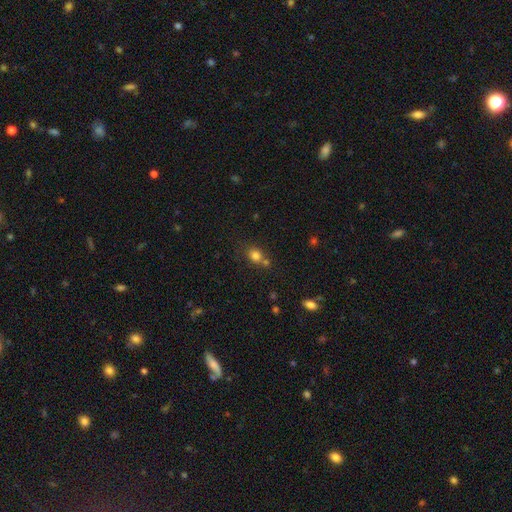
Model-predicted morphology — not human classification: Smooth or featured: smooth — 79% (star or artifact — 13%)
How rounded: round — 64% (in between — 34%)
Merging: none — 58% (merger — 24%)